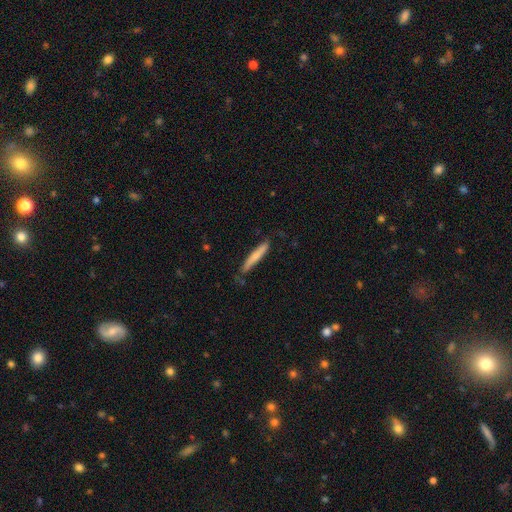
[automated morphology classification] type=smooth (67%); roundness=cigar-shaped (93%); merging=none (76%).